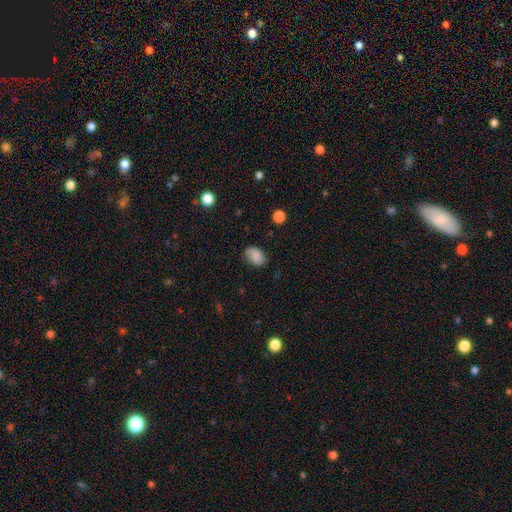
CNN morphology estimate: This appears to be a smooth galaxy with no disk features (75%) that is in between round and cigar-shaped (78%). Merging: none (67%).